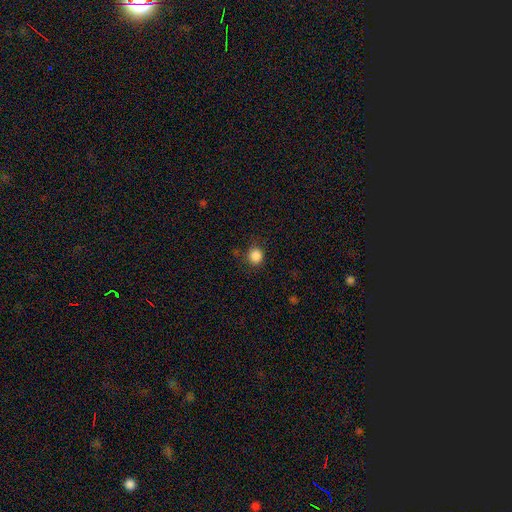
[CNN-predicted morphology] Overall: smooth (86%). How rounded: round (89%). Merging: none (83%).